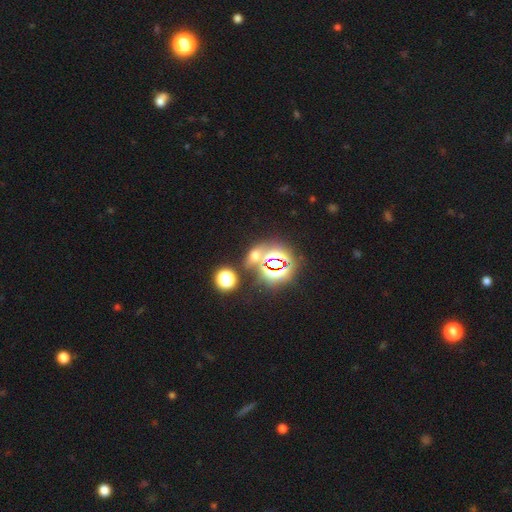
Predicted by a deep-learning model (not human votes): Q: Smooth or featured?
A: star or artifact (53%); runner-up: smooth (36%)